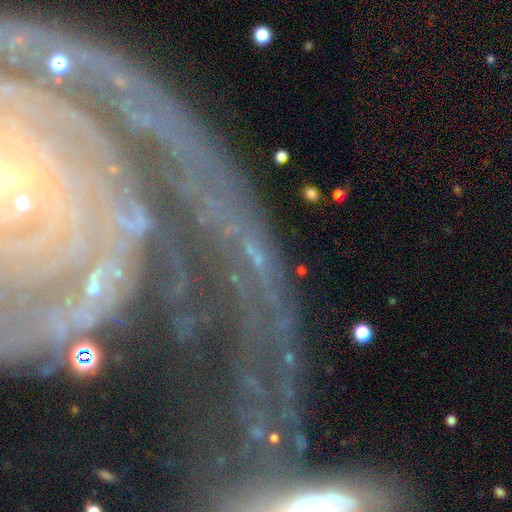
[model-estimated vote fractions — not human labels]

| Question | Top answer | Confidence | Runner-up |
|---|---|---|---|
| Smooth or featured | featured or disk | 47% | star or artifact (38%) |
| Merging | none | 65% | minor disturbance (15%) |